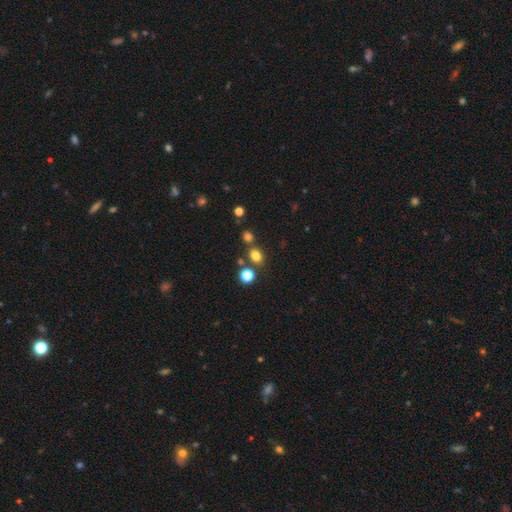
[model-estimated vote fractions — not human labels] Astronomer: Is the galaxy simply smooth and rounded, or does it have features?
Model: smooth — 79%.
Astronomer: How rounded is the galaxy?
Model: in between — 51% (runner-up: round, 48%).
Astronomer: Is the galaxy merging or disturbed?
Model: none — 73%.